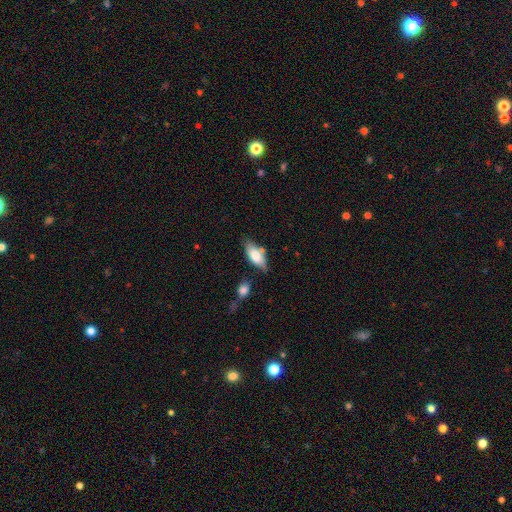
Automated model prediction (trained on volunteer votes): smooth 74%, featured or disk 19%, star or artifact 7%. Down the decision tree: how rounded — in between (82%); merging — none (58%).